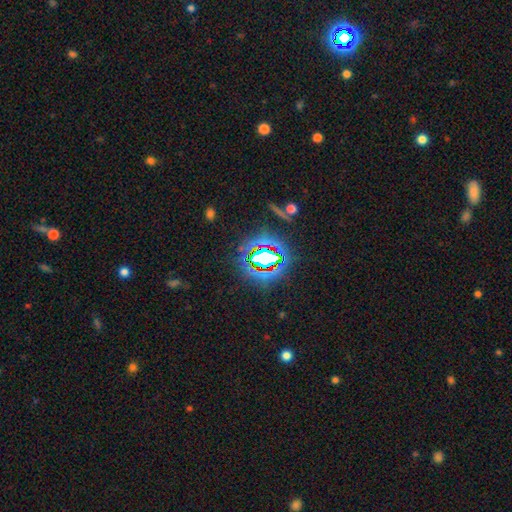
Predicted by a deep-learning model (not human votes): Smooth or featured? Predicted: star or artifact (p=0.81).